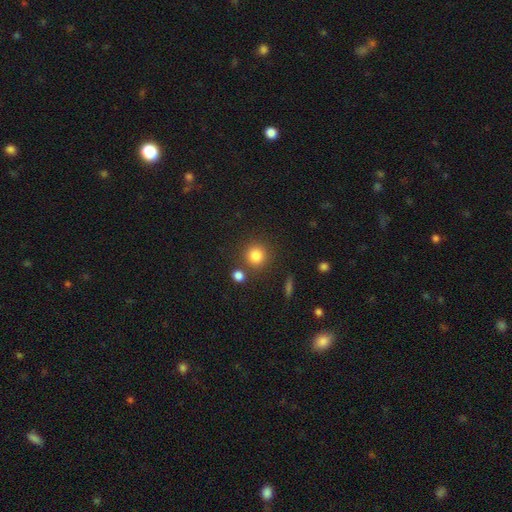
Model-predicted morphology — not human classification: type=smooth (83%); roundness=round (90%); merging=none (79%).